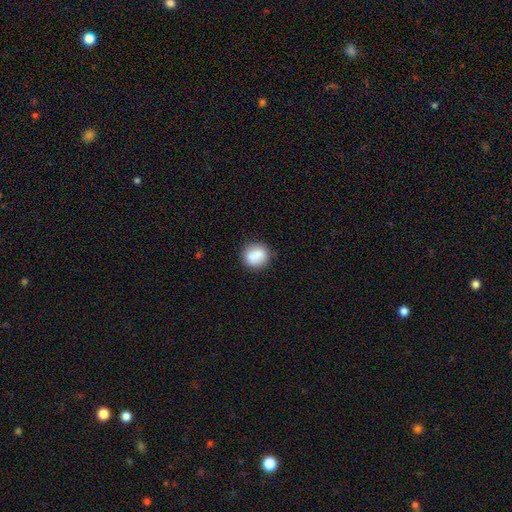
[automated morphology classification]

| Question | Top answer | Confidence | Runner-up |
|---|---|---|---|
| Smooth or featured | smooth | 82% | featured or disk (10%) |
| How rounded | round | 78% | in between (21%) |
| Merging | none | 78% | minor disturbance (15%) |